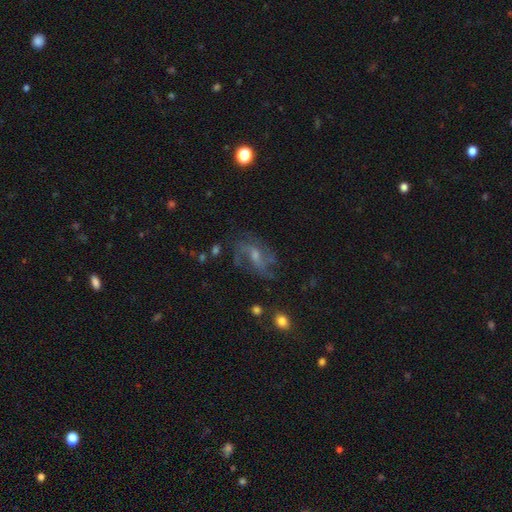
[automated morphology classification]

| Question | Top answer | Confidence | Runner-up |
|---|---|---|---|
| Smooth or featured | featured or disk | 77% | smooth (12%) |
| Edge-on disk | no | 96% | yes (4%) |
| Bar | weak | 47% | no (41%) |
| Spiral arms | yes | 90% | no (10%) |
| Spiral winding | medium | 44% | loose (40%) |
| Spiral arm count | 2 | 34% | 3 (27%) |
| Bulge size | small | 48% | moderate (40%) |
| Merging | none | 63% | minor disturbance (18%) |